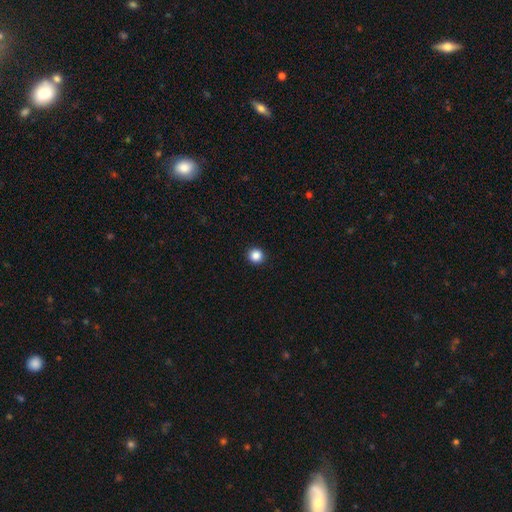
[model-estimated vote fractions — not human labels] A smooth galaxy with no disk features (86%) that is round (94%).

Vote fractions:
- Smooth or featured? smooth: 86% / star or artifact: 11% / featured or disk: 3%
- How rounded? round: 94% / in between: 5% / cigar-shaped: 1%
- Merging? none: 94% / minor disturbance: 4% / major disturbance: 1% / merger: 1%